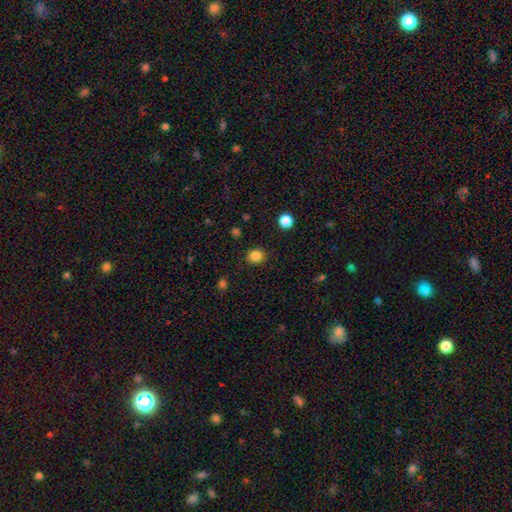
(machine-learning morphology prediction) This is clearly a smooth galaxy (84%). How rounded: clearly round (81%). Merging: clearly none (89%).